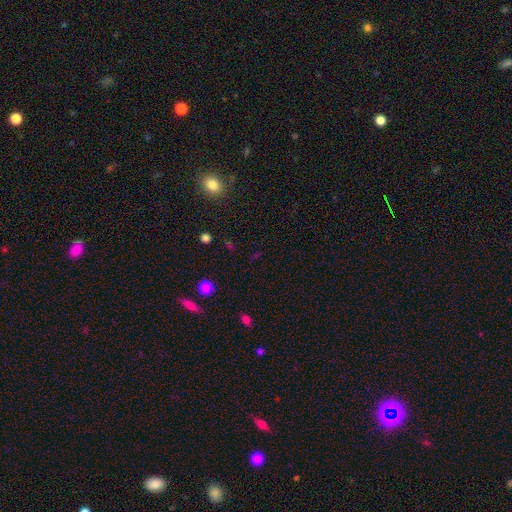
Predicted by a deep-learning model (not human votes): Q: Smooth or featured?
A: star or artifact (56%); runner-up: smooth (36%)